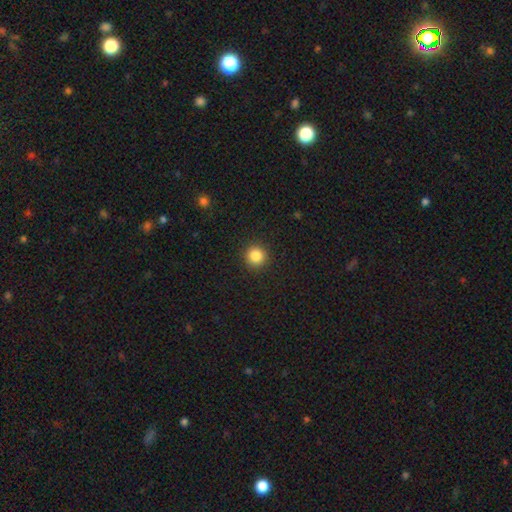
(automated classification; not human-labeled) A smooth galaxy with no disk features (85%) that is round (94%). Merging: none (92%).